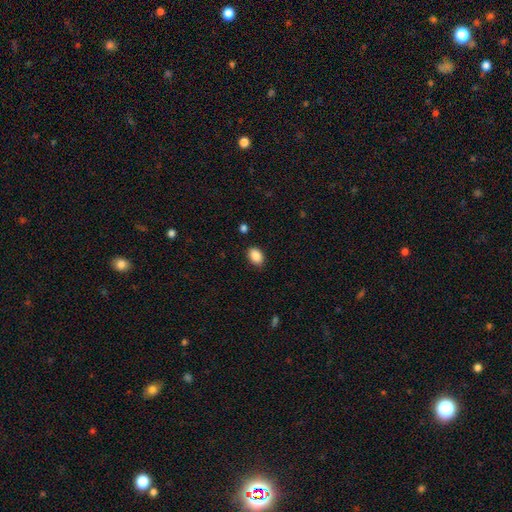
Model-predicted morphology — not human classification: Q: Smooth or featured?
A: smooth (89%); runner-up: star or artifact (8%)
Q: How rounded?
A: in between (85%); runner-up: round (14%)
Q: Merging?
A: none (86%); runner-up: minor disturbance (11%)